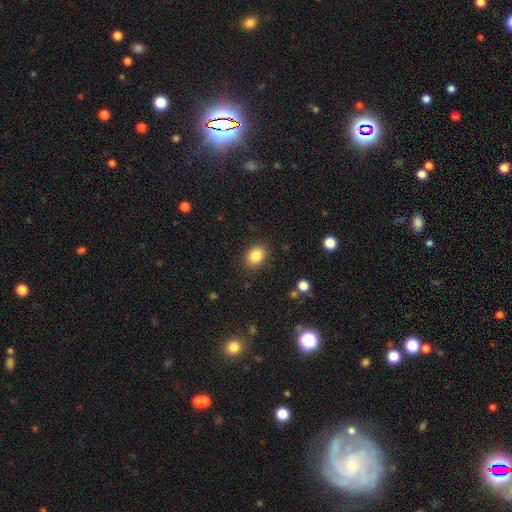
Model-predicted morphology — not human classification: This appears to be a smooth galaxy with no disk features (84%) that is in between round and cigar-shaped (65%). Merging: none (87%).